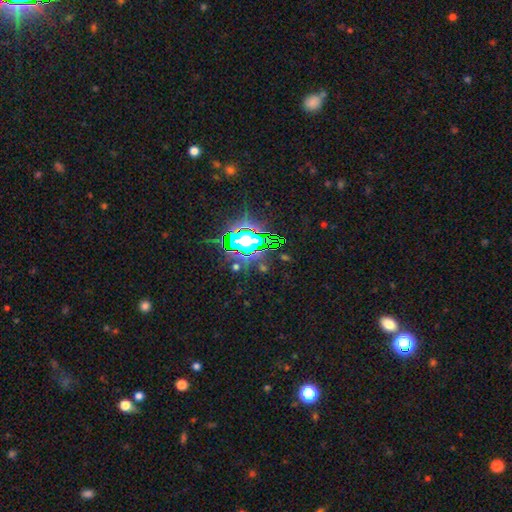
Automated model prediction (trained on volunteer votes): Q: Smooth or featured?
A: star or artifact (81%); runner-up: smooth (11%)